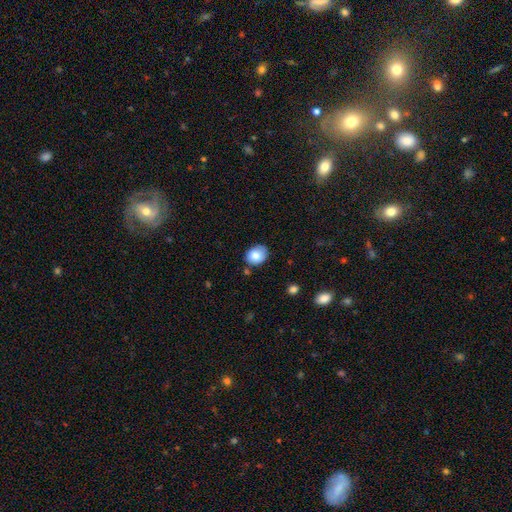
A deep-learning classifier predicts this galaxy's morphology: This appears to be a smooth galaxy with no disk features (83%) that is in between round and cigar-shaped (50%, tied with round). Merging: none (76%).